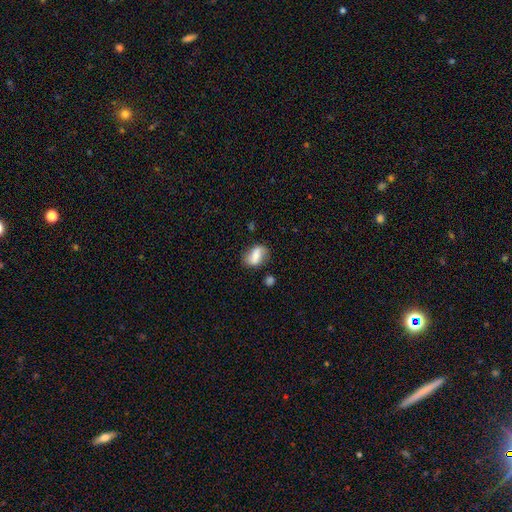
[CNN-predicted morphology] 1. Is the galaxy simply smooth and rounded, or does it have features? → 63% smooth, 28% featured or disk, 9% star or artifact.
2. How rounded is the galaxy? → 79% in between, 17% round, 4% cigar-shaped.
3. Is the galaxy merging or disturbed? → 66% none, 22% minor disturbance, 7% major disturbance, 5% merger.